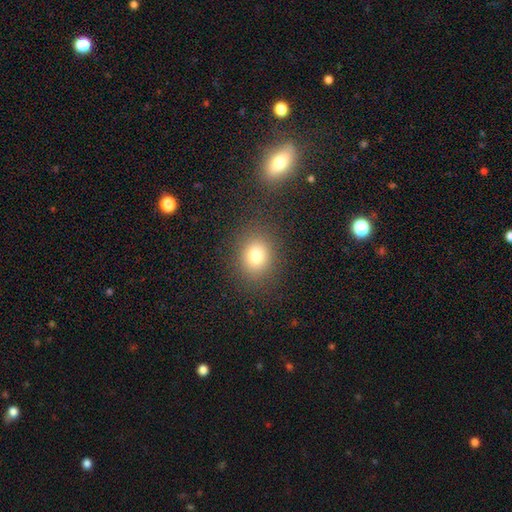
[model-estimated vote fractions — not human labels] The model was most divided on "how rounded": round: 63%, in between: 36%, cigar-shaped: 1%. More confident: merging — none (84%); smooth or featured — smooth (78%).